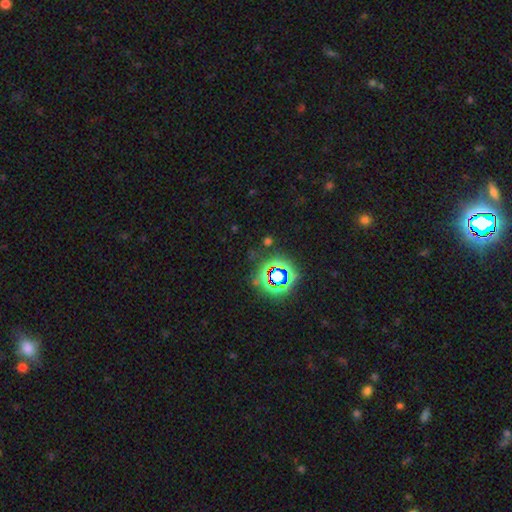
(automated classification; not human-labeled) This appears to be a star or artifact, not a galaxy (75%).